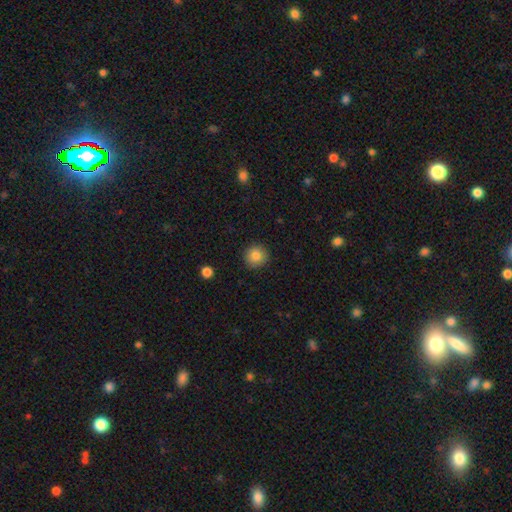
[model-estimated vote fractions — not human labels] smooth-or-featured: smooth: 84% | star or artifact: 10% | featured or disk: 6%
  how-rounded: round: 94% | in between: 6% | cigar-shaped: 1%
  merging: none: 91% | minor disturbance: 6% | major disturbance: 2% | merger: 1%